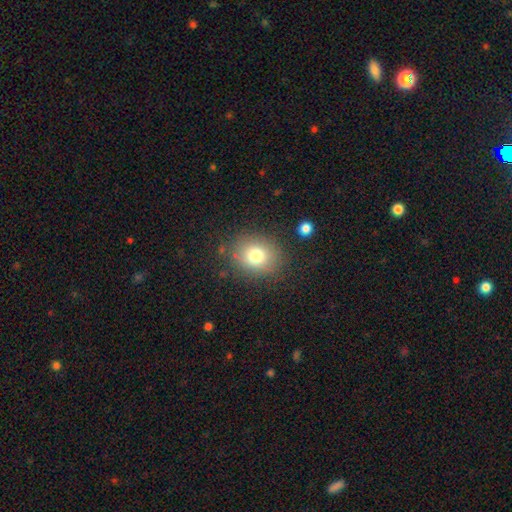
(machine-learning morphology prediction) Smooth or featured?
  - smooth: 77% *
  - star or artifact: 13%
  - featured or disk: 10%
How rounded?
  - round: 71% *
  - in between: 28%
  - cigar-shaped: 1%
Merging?
  - none: 83% *
  - minor disturbance: 10%
  - major disturbance: 4%
  - merger: 2%